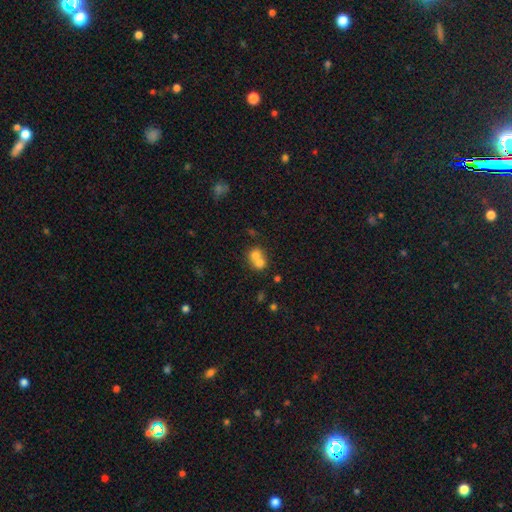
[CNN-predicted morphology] smooth_or_featured: smooth (p=0.71) [alt: featured or disk p=0.18]
how_rounded: round (p=0.74) [alt: in between p=0.25]
merging: merger (p=0.67) [alt: none p=0.26]